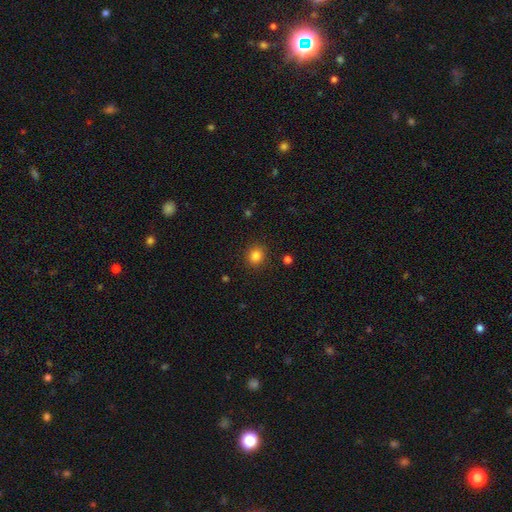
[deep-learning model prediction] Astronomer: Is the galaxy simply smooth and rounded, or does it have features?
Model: smooth — 83%.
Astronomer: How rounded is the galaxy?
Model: round — 80%.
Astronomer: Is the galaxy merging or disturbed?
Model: none — 90%.